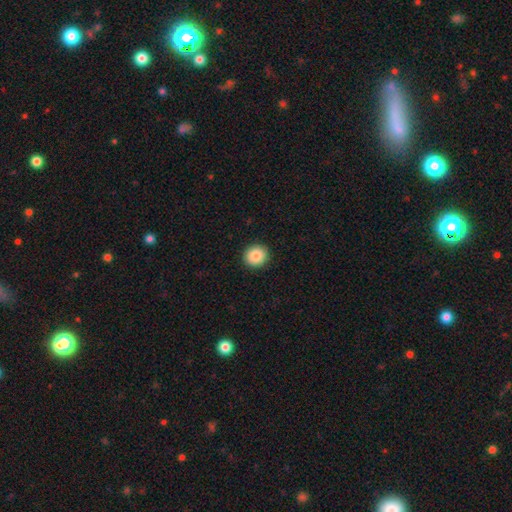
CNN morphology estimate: Overall: smooth (87%). How rounded: round (90%). Merging: none (93%).